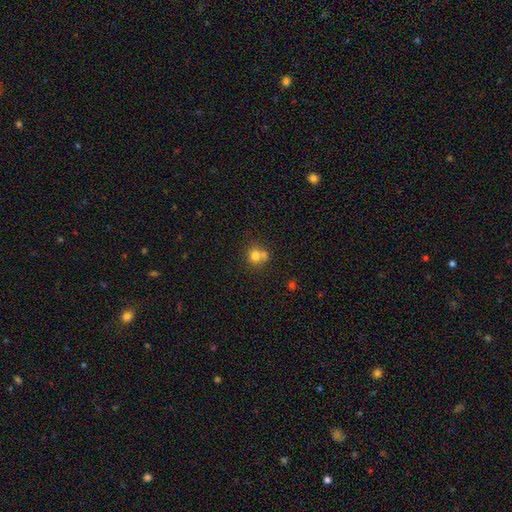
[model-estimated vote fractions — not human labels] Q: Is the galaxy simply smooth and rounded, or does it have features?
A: smooth — 75%.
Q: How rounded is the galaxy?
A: round — 83%.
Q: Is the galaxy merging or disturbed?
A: none — 47%.